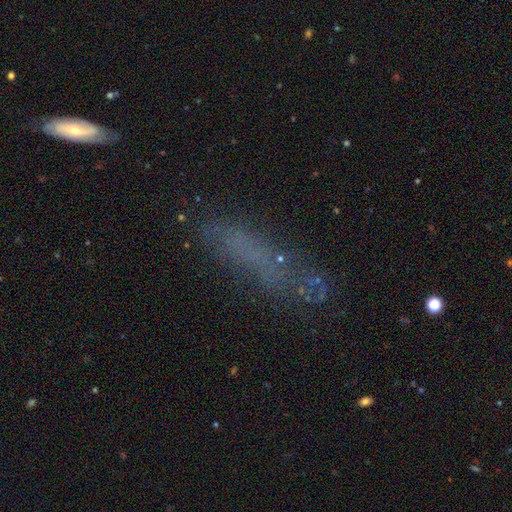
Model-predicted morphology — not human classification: A smooth galaxy with no disk features (40%). Merging: none (64%).